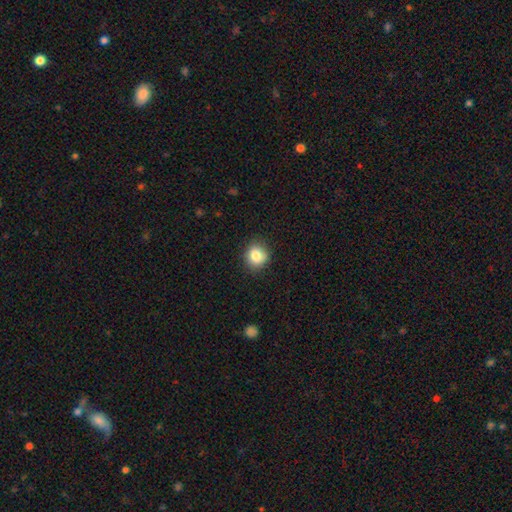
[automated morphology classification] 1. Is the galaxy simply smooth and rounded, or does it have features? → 83% smooth, 10% star or artifact, 7% featured or disk.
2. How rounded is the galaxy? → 78% round, 21% in between, 1% cigar-shaped.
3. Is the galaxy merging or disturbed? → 84% none, 12% minor disturbance, 3% major disturbance, 1% merger.